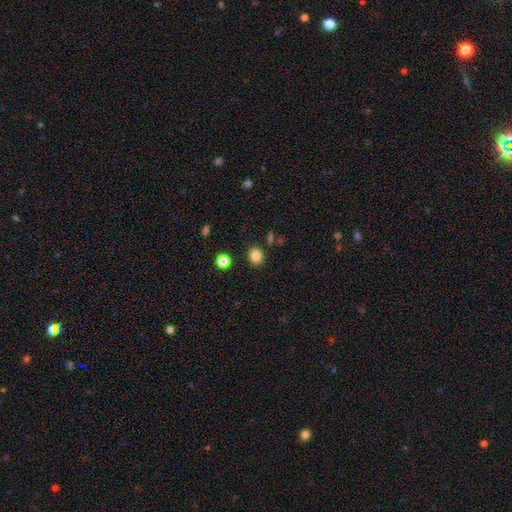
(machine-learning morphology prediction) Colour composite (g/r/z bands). It shows a smooth galaxy with no disk features (83%) that is round (76%). Merging: none (88%).